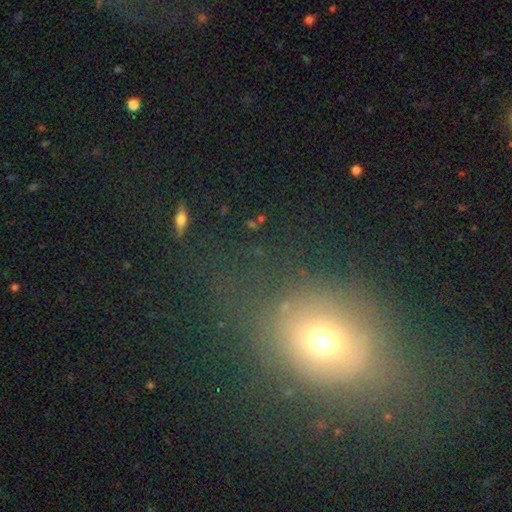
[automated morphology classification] A smooth galaxy with no disk features (55%) that is round (58%).

Vote fractions:
- Smooth or featured? smooth: 55% / star or artifact: 29% / featured or disk: 16%
- How rounded? round: 58% / in between: 40% / cigar-shaped: 2%
- Merging? none: 63% / minor disturbance: 16% / major disturbance: 15% / merger: 6%